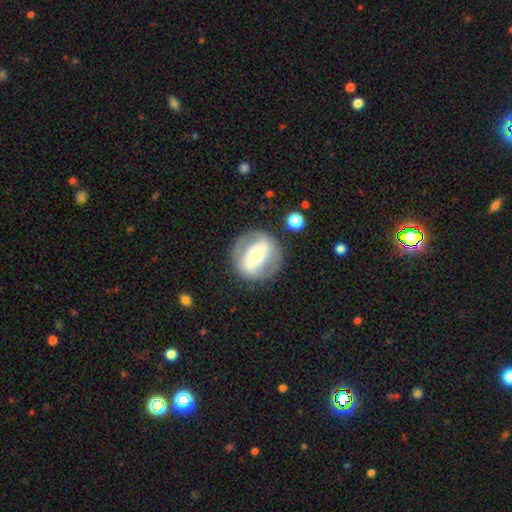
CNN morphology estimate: This is possibly a featured or disk galaxy (50%). It is clearly not viewed edge-on (93%). Merging: likely none (76%).